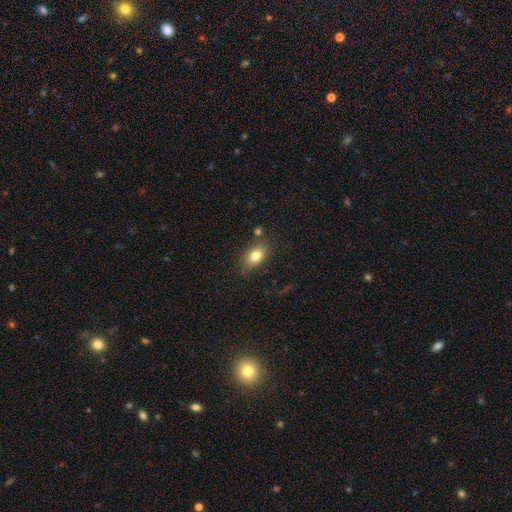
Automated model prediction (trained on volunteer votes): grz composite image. It shows a smooth galaxy with no disk features (80%) that is in between round and cigar-shaped (82%). Merging: none (77%).